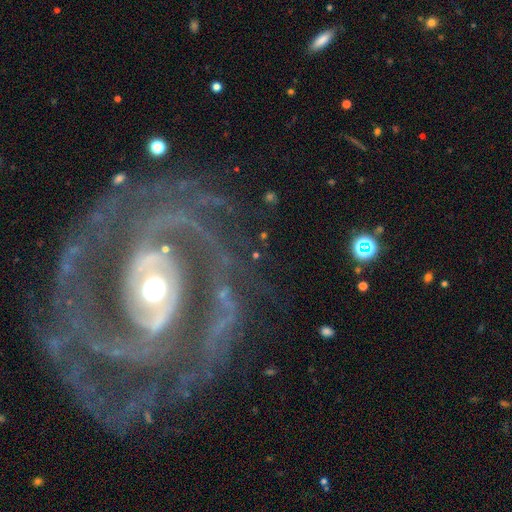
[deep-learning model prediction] Smooth or featured?
  - featured or disk: 75% *
  - star or artifact: 13%
  - smooth: 12%
Edge-on disk?
  - no: 93% *
  - yes: 7%
Bar?
  - no: 42% *
  - strong: 30%
  - weak: 27%
Spiral arms?
  - yes: 85% *
  - no: 15%
Spiral winding?
  - tight: 41% *
  - medium: 37%
  - loose: 22%
Spiral arm count?
  - 2: 44% *
  - can't tell: 20%
  - 3: 11%
  - 1: 9%
  - 4: 8%
  - more than 4: 8%
Bulge size?
  - moderate: 56% *
  - small: 22%
  - large: 15%
  - dominant: 4%
  - none: 3%
Merging?
  - none: 65% *
  - major disturbance: 16%
  - minor disturbance: 14%
  - merger: 5%